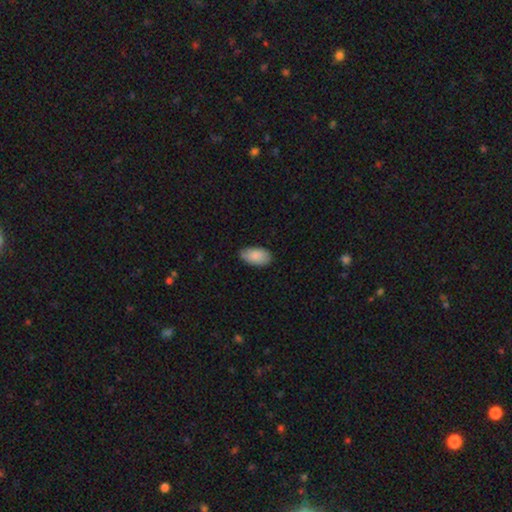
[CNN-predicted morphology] type=smooth (87%); roundness=in between (95%); merging=none (77%).